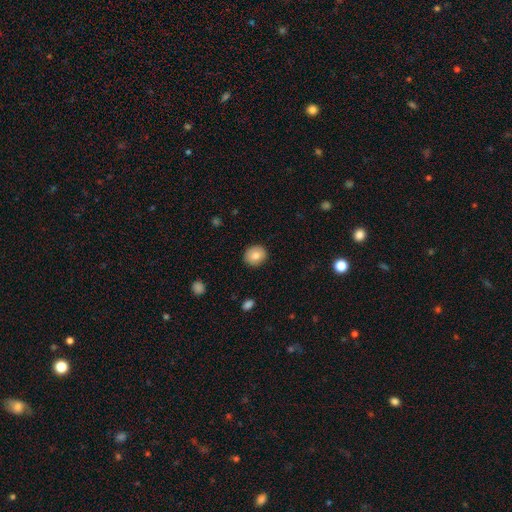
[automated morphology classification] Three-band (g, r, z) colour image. It shows a smooth galaxy with no disk features (78%) that is round (83%). Merging: none (90%).